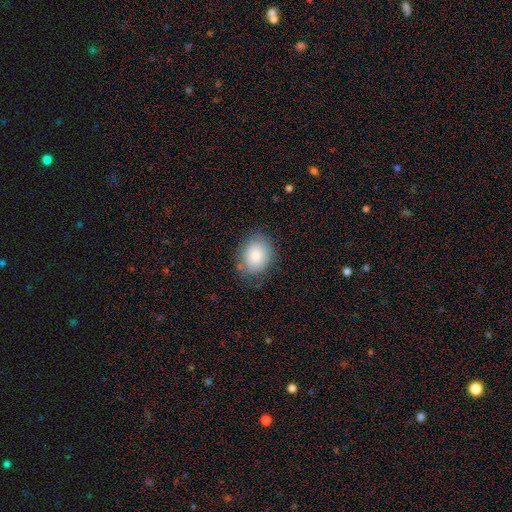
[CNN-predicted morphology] smooth 85%, featured or disk 8%, star or artifact 7%. Down the decision tree: how rounded — in between (52%); merging — none (72%).